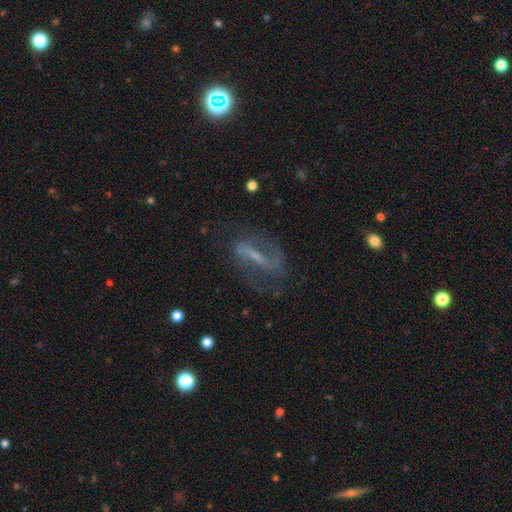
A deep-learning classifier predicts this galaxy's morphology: The model was most divided on "spiral winding": medium: 43%, loose: 38%, tight: 19%. Remaining: edge-on disk — no (85%); spiral arms — yes (83%); spiral arm count — 2 (80%); smooth or featured — featured or disk (73%); merging — none (66%); bar — strong (56%); bulge size — small (48%).